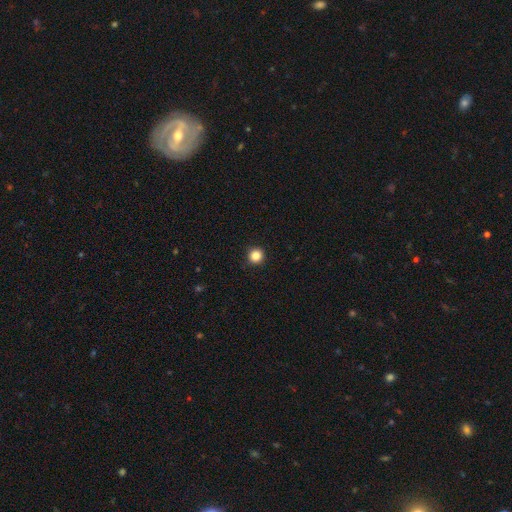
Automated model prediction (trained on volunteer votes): The model was most divided on "smooth or featured": smooth: 85%, star or artifact: 11%, featured or disk: 4%. More confident: how rounded — round (95%); merging — none (93%).